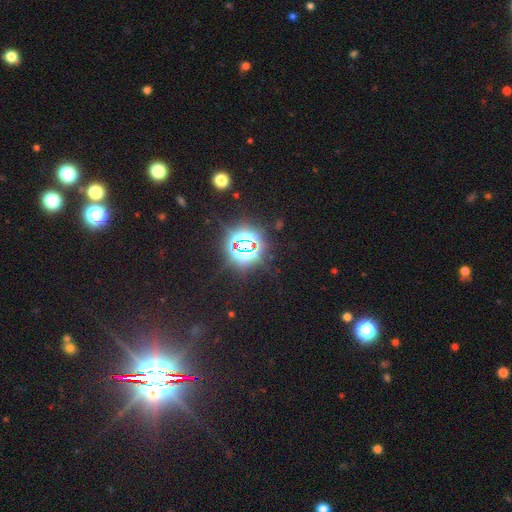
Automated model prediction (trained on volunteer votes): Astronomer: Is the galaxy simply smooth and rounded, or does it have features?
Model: star or artifact — 81%.